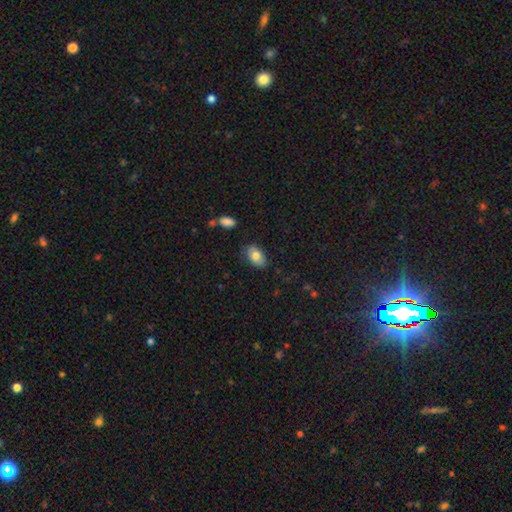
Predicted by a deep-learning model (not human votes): Morphology: type=smooth (79%); roundness=in between (92%); merging=none (79%).